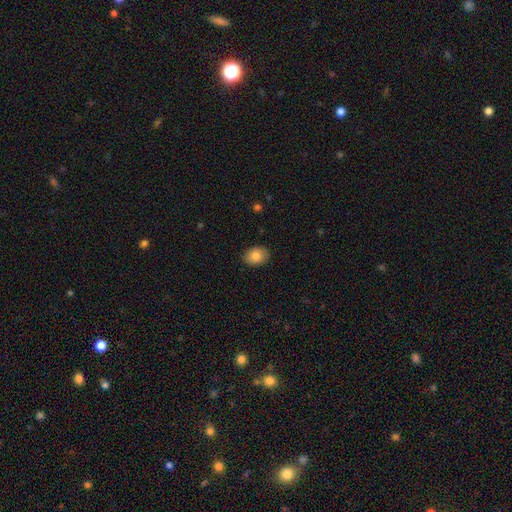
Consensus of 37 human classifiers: Smooth or featured: smooth — 81% (featured or disk — 11%)
How rounded: in between — 60% (round — 40%)
Merging: none — 91% (minor disturbance — 9%)